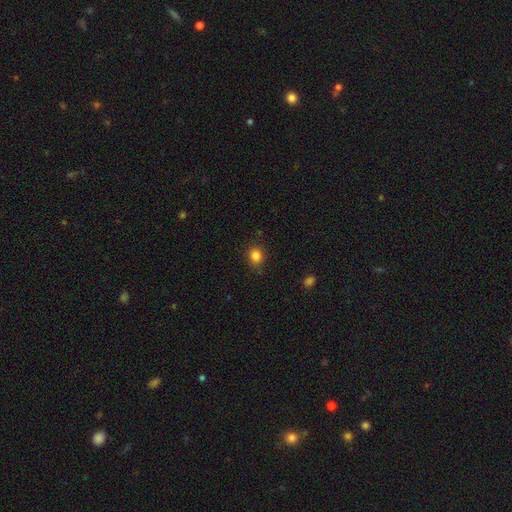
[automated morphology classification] Overall: smooth (84%). How rounded: round (75%). Merging: none (84%).